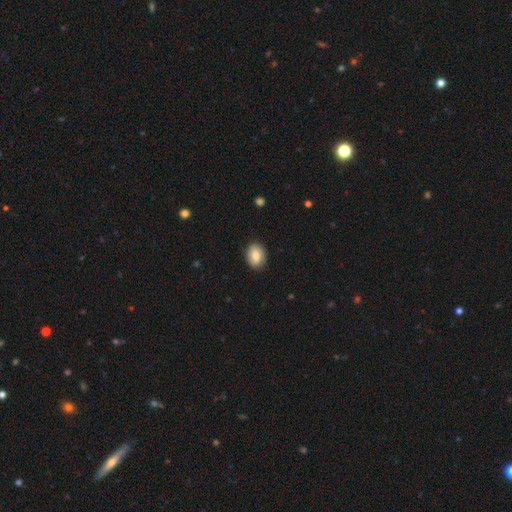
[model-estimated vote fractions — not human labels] smooth-or-featured: smooth: 81% | featured or disk: 12% | star or artifact: 7%
  how-rounded: in between: 70% | round: 29% | cigar-shaped: 1%
  merging: none: 87% | minor disturbance: 9% | major disturbance: 2% | merger: 1%